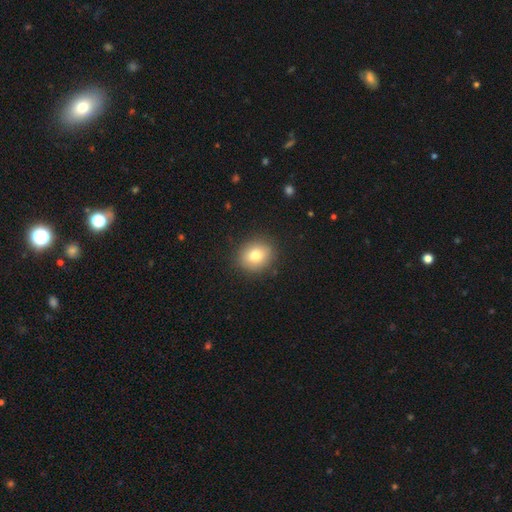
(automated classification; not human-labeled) smooth 77%, featured or disk 12%, star or artifact 11%. Down the decision tree: how rounded — round (71%); merging — none (89%).